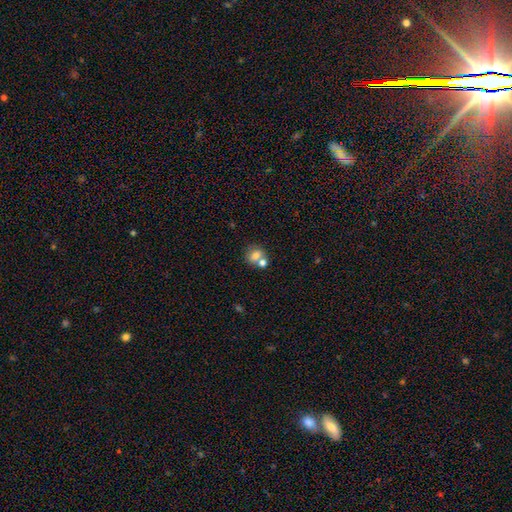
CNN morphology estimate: smooth_or_featured: smooth (p=0.73) [alt: featured or disk p=0.16]
how_rounded: round (p=0.64) [alt: in between p=0.34]
merging: none (p=0.50) [alt: merger p=0.35]